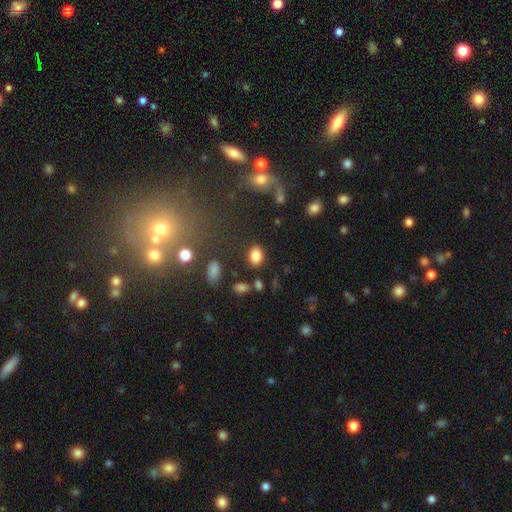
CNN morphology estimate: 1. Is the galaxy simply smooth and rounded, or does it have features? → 84% smooth, 10% star or artifact, 6% featured or disk.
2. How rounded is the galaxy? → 71% in between, 28% round, 1% cigar-shaped.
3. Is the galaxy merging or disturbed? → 82% none, 10% minor disturbance, 4% merger, 4% major disturbance.